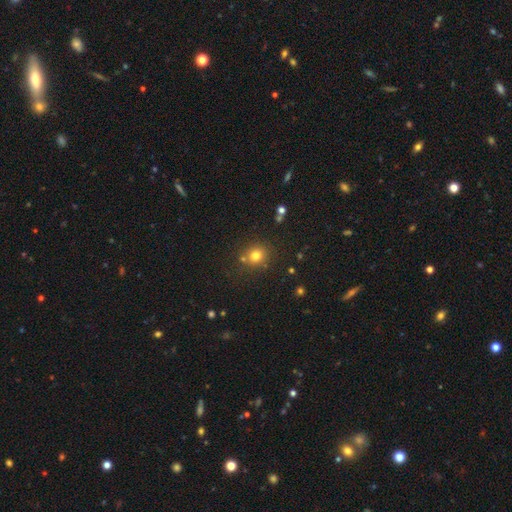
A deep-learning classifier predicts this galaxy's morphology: Q: Smooth or featured?
A: smooth (76%); runner-up: star or artifact (16%)
Q: How rounded?
A: round (82%); runner-up: in between (17%)
Q: Merging?
A: none (77%); runner-up: minor disturbance (10%)